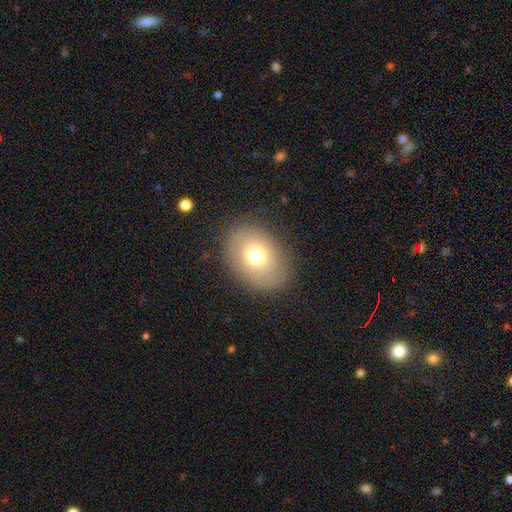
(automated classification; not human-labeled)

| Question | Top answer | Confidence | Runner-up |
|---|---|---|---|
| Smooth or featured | smooth | 70% | featured or disk (18%) |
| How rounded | in between | 65% | round (34%) |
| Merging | none | 84% | minor disturbance (10%) |